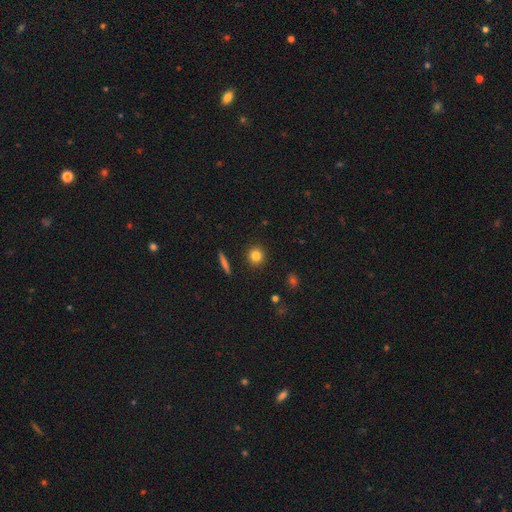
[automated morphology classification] Overall: smooth (82%). How rounded: round (91%). Merging: none (92%).